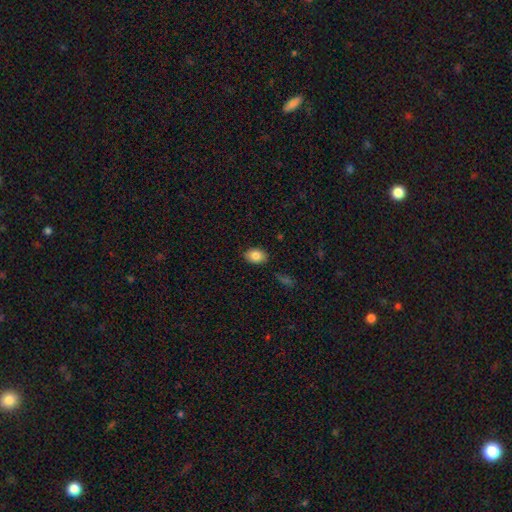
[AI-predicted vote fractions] Smooth or featured? Predicted: smooth (p=0.84). How rounded? Predicted: in between (p=0.82). Merging? Predicted: none (p=0.87).